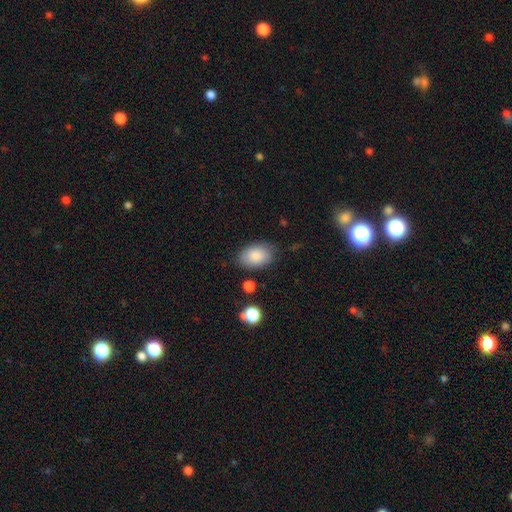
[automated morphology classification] This appears to be a smooth galaxy with no disk features (86%) that is in between round and cigar-shaped (89%). Merging: none (78%).